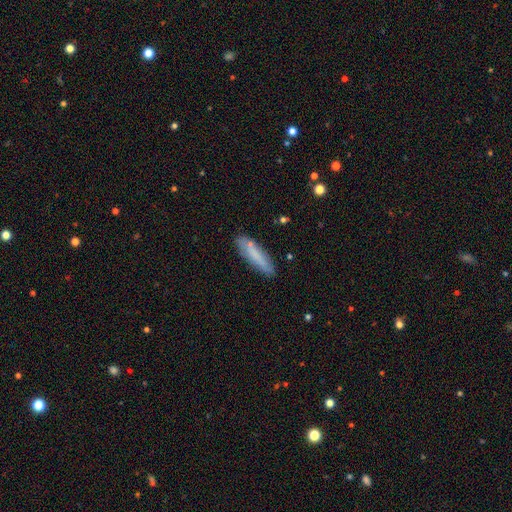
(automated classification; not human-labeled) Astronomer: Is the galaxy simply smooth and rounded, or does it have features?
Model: smooth — 72%.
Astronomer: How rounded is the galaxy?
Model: cigar-shaped — 73%.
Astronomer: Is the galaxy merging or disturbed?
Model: none — 78%.